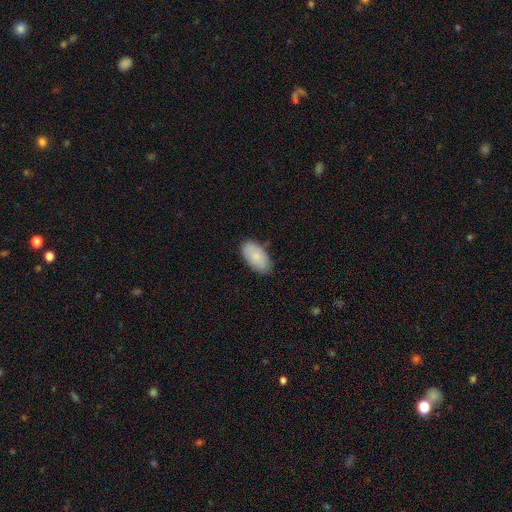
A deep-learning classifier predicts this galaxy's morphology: This appears to be a smooth galaxy with no disk features (84%) that is in between round and cigar-shaped (95%). Merging: none (81%).